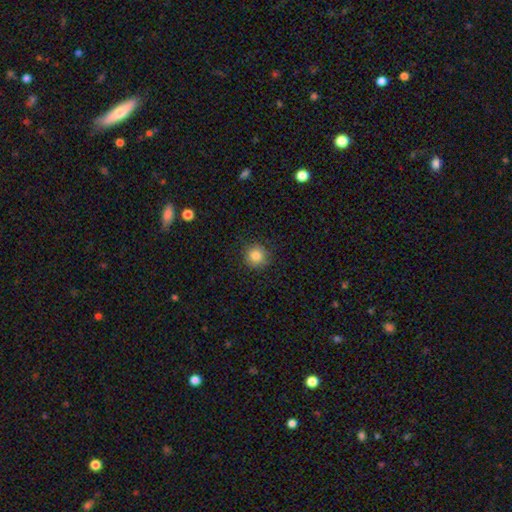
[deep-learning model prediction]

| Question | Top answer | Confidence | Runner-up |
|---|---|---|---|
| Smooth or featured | smooth | 83% | star or artifact (11%) |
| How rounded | round | 94% | in between (5%) |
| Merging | none | 88% | minor disturbance (9%) |